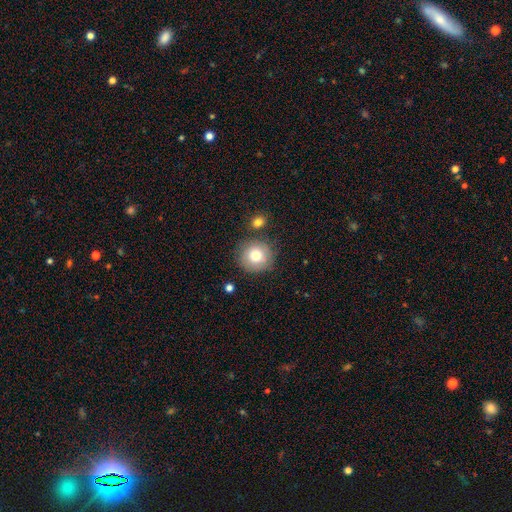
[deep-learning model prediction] Smooth or featured?
  - smooth: 79% *
  - featured or disk: 12%
  - star or artifact: 9%
How rounded?
  - round: 93% *
  - in between: 6%
  - cigar-shaped: 1%
Merging?
  - none: 80% *
  - minor disturbance: 11%
  - merger: 7%
  - major disturbance: 3%